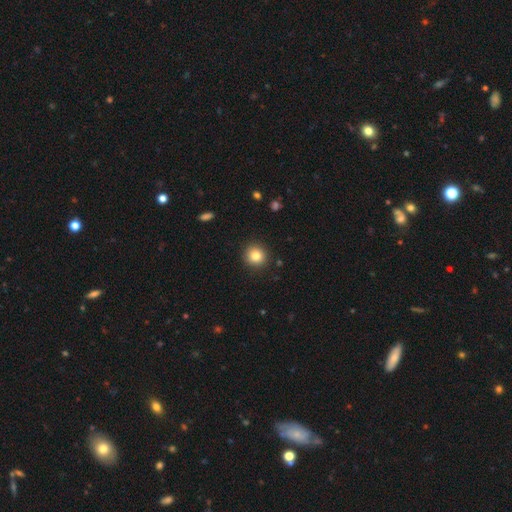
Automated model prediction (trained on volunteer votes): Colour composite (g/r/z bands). It shows a smooth galaxy with no disk features (82%) that is round (93%). Merging: none (91%).